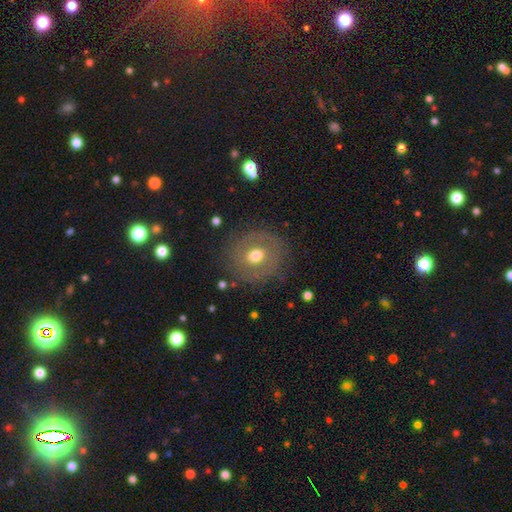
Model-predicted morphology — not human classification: Smooth or featured?
  - smooth: 52% *
  - featured or disk: 38%
  - star or artifact: 10%
How rounded?
  - round: 82% *
  - in between: 17%
  - cigar-shaped: 1%
Merging?
  - none: 81% *
  - minor disturbance: 12%
  - major disturbance: 6%
  - merger: 1%